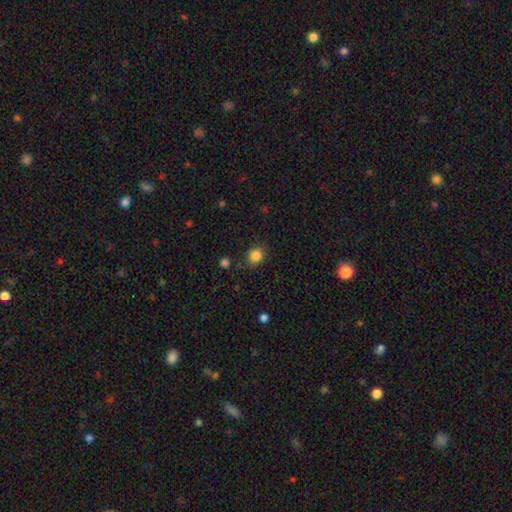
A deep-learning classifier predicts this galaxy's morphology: Smooth or featured? smooth (85%)
How rounded? round (67%)
Merging? none (83%)